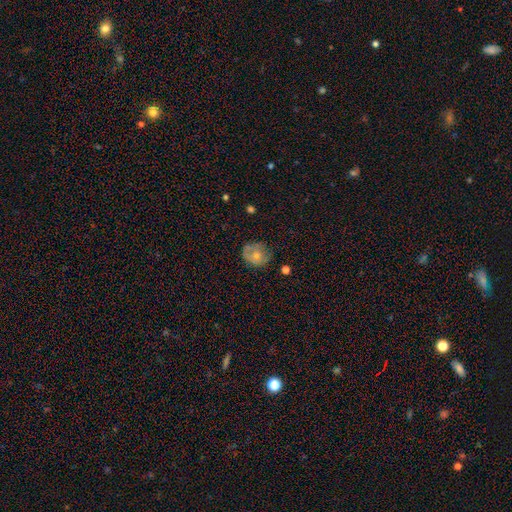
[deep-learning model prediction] The model was most divided on "merging": none: 57%, minor disturbance: 28%, major disturbance: 13%, merger: 2%. More confident: how rounded — round (69%); smooth or featured — smooth (63%).